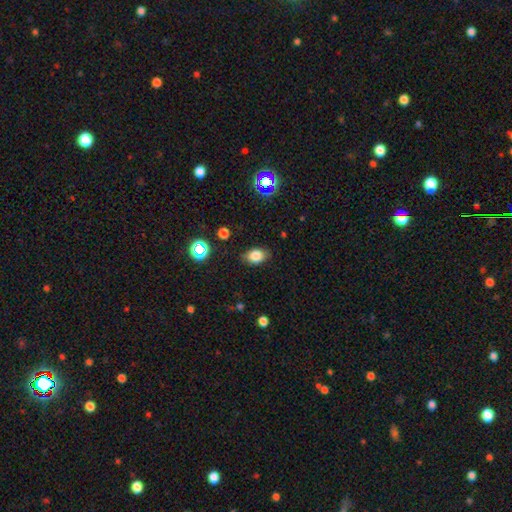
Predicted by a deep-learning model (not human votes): Smooth or featured?
  - smooth: 81% *
  - star or artifact: 12%
  - featured or disk: 8%
How rounded?
  - in between: 78% *
  - round: 20%
  - cigar-shaped: 2%
Merging?
  - none: 83% *
  - minor disturbance: 13%
  - major disturbance: 3%
  - merger: 1%